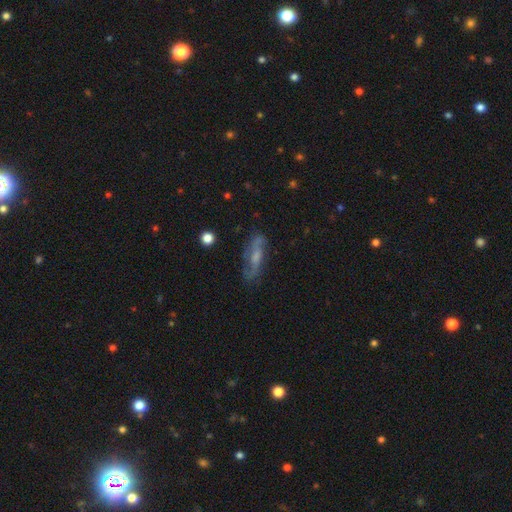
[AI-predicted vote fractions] A featured or disk galaxy (64%).

Vote fractions:
- Smooth or featured? featured or disk: 64% / smooth: 27% / star or artifact: 9%
- Edge-on disk? no: 74% / yes: 26%
- Merging? none: 71% / minor disturbance: 19% / major disturbance: 8% / merger: 2%